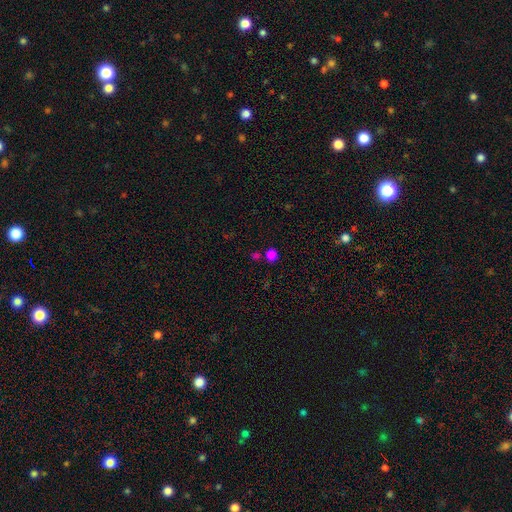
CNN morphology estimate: Smooth or featured? smooth (73%)
How rounded? round (85%)
Merging? none (76%)